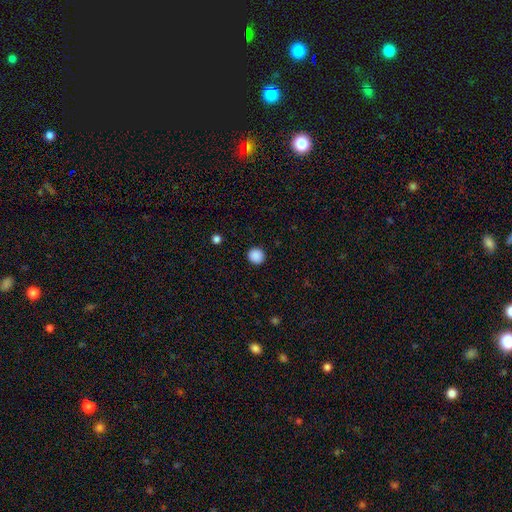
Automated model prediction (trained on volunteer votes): Smooth or featured: smooth — 89% (star or artifact — 9%)
How rounded: round — 93% (in between — 6%)
Merging: none — 92% (minor disturbance — 5%)